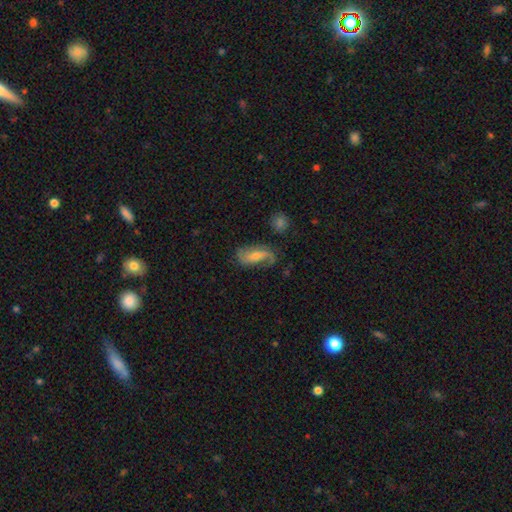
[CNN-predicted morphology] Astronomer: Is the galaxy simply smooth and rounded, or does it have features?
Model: featured or disk — 67%.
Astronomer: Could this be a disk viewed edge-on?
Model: no — 92%.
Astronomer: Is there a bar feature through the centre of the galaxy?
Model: no — 40% (runner-up: weak, 38%).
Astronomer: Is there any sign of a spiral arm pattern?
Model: yes — 89%.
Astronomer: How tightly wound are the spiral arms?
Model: loose — 61%.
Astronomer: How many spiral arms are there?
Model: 2 — 74%.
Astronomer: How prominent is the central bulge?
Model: moderate — 46%, tied with small at 46%.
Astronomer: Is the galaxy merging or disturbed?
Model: none — 61%.